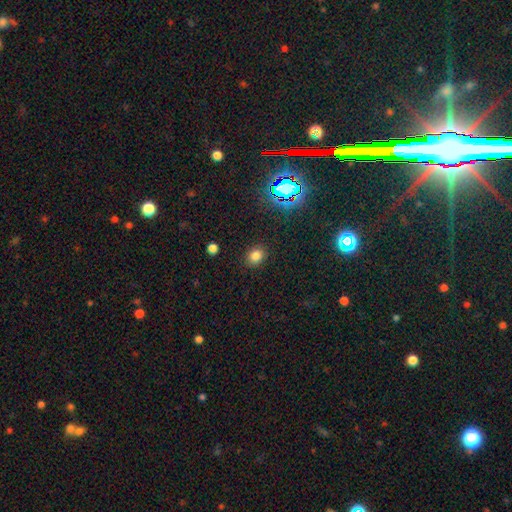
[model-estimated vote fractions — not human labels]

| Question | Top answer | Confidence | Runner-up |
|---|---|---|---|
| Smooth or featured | smooth | 79% | star or artifact (16%) |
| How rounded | round | 56% | in between (43%) |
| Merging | none | 88% | minor disturbance (8%) |